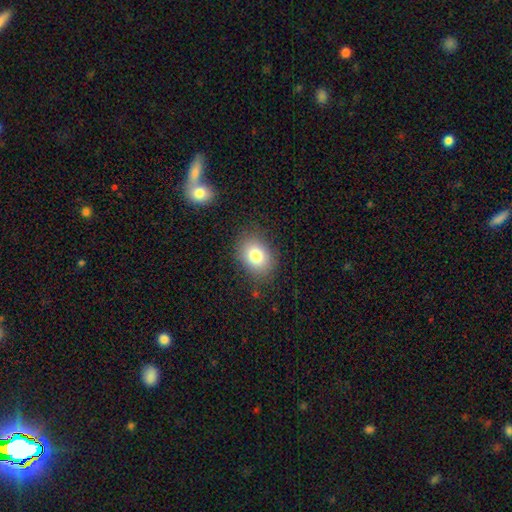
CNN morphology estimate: Smooth or featured: smooth — 78% (featured or disk — 11%)
How rounded: in between — 60% (round — 39%)
Merging: none — 82% (minor disturbance — 12%)